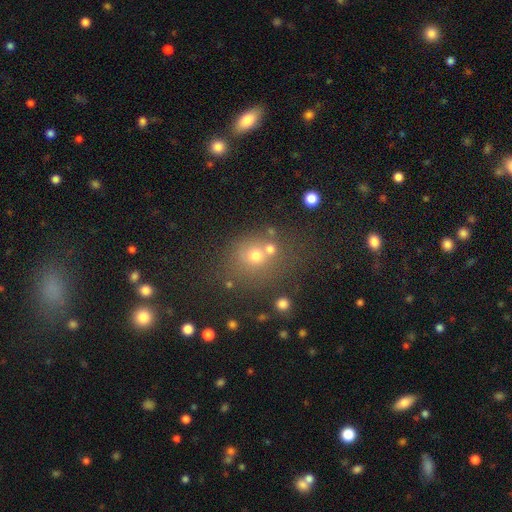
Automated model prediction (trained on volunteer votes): smooth 65%, star or artifact 20%, featured or disk 15%. Down the decision tree: how rounded — round (80%); merging — none (56%).